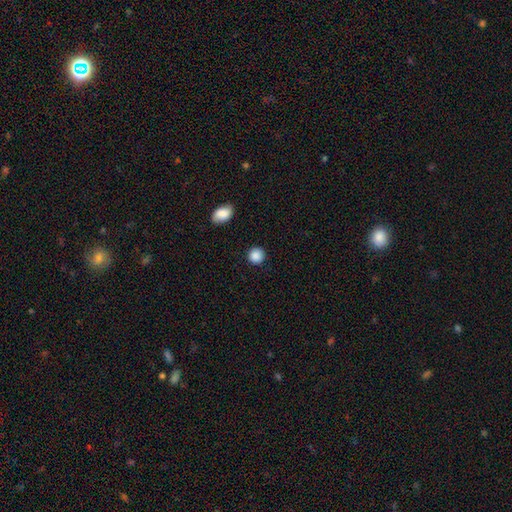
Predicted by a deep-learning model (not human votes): Smooth or featured?
  - smooth: 88% *
  - star or artifact: 9%
  - featured or disk: 3%
How rounded?
  - round: 92% *
  - in between: 7%
  - cigar-shaped: 1%
Merging?
  - none: 90% *
  - minor disturbance: 6%
  - major disturbance: 2%
  - merger: 2%